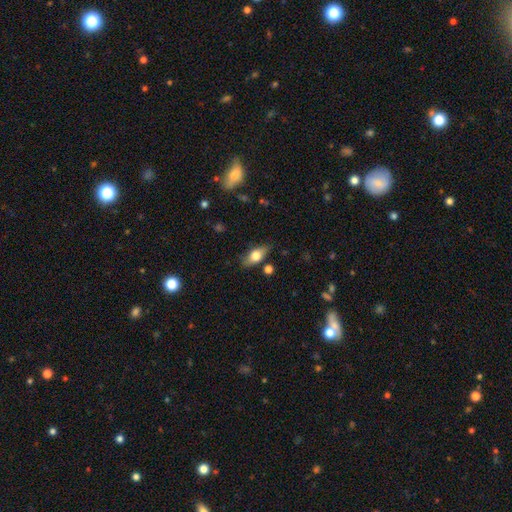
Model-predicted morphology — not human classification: Q: Smooth or featured?
A: smooth (67%); runner-up: featured or disk (26%)
Q: How rounded?
A: in between (80%); runner-up: cigar-shaped (14%)
Q: Merging?
A: none (79%); runner-up: minor disturbance (15%)